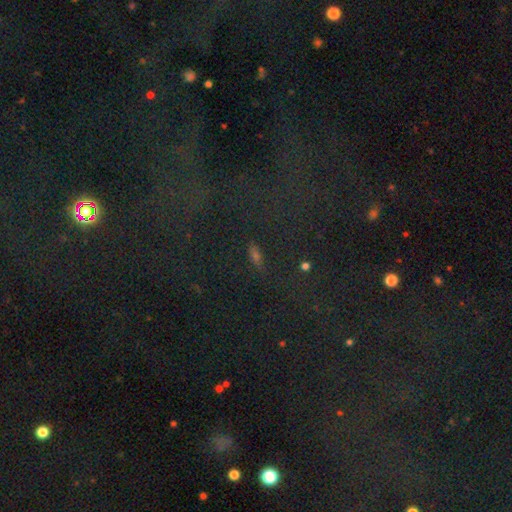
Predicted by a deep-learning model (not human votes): smooth-or-featured: smooth: 49% | star or artifact: 33% | featured or disk: 18%
  merging: none: 80% | minor disturbance: 11% | major disturbance: 5% | merger: 3%